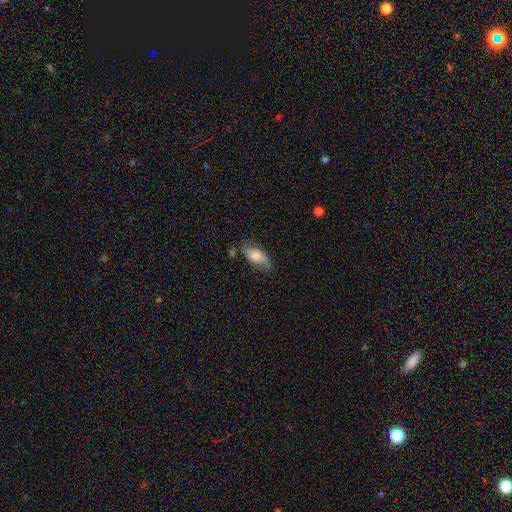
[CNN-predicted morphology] This appears to be a smooth galaxy with no disk features (64%) that is in between round and cigar-shaped (91%). Merging: none (59%).